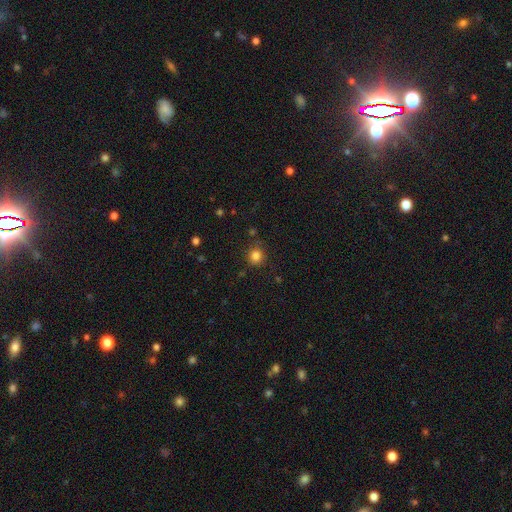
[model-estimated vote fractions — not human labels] A smooth galaxy with no disk features (83%) that is round (89%).

Vote fractions:
- Smooth or featured? smooth: 83% / star or artifact: 13% / featured or disk: 4%
- How rounded? round: 89% / in between: 10% / cigar-shaped: 1%
- Merging? none: 84% / minor disturbance: 10% / major disturbance: 3% / merger: 3%